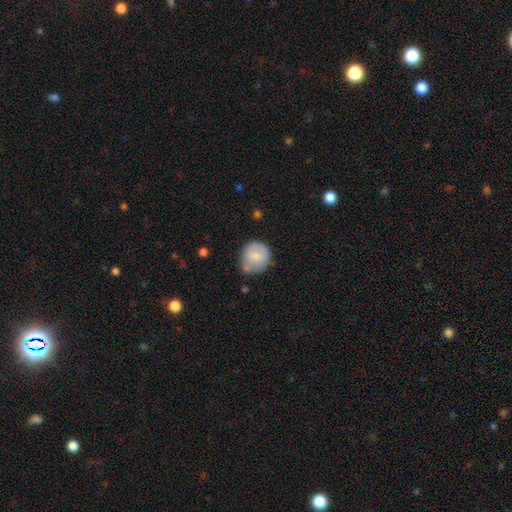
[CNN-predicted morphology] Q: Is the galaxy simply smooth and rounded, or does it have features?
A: smooth — 77%.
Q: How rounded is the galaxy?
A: round — 84%.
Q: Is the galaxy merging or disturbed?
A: none — 55%.